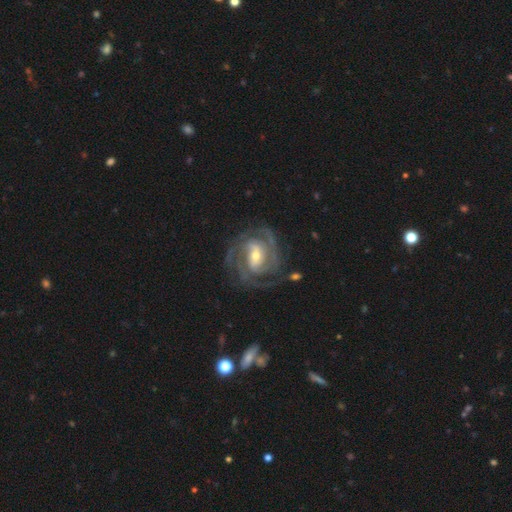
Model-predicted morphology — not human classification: Smooth or featured? Predicted: featured or disk (p=0.92). Edge-on disk? Predicted: no (p=0.98). Bar? Predicted: weak (p=0.44). Spiral arms? Predicted: yes (p=0.98). Spiral winding? Predicted: tight (p=0.58). Spiral arm count? Predicted: 3 (p=0.36). Bulge size? Predicted: moderate (p=0.52). Merging? Predicted: none (p=0.74).